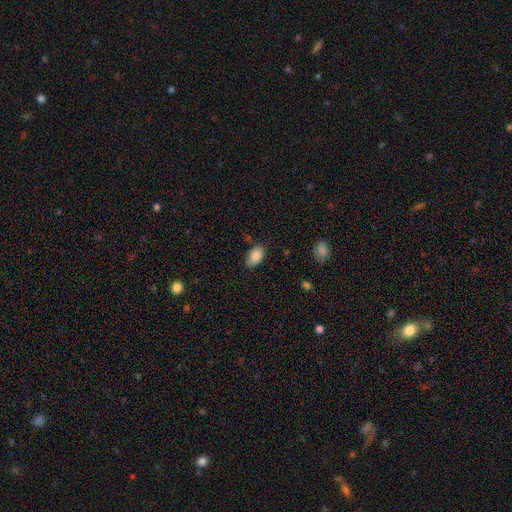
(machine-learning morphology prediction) smooth-or-featured: smooth: 86% | star or artifact: 7% | featured or disk: 7%
  how-rounded: in between: 93% | round: 5% | cigar-shaped: 2%
  merging: none: 75% | minor disturbance: 19% | major disturbance: 3% | merger: 2%